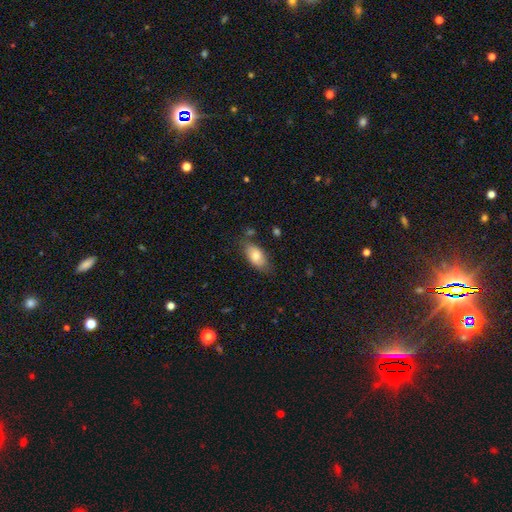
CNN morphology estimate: smooth-or-featured: smooth: 75% | featured or disk: 18% | star or artifact: 7%
  how-rounded: in between: 91% | cigar-shaped: 5% | round: 4%
  merging: none: 73% | minor disturbance: 19% | major disturbance: 4% | merger: 4%